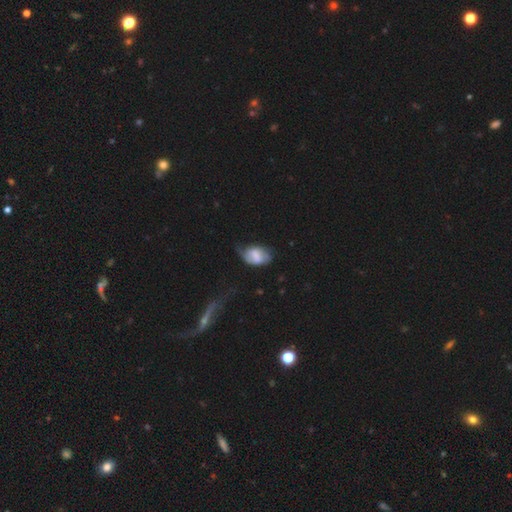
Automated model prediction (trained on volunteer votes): Smooth or featured? smooth (48%)
Merging? minor disturbance (34%)